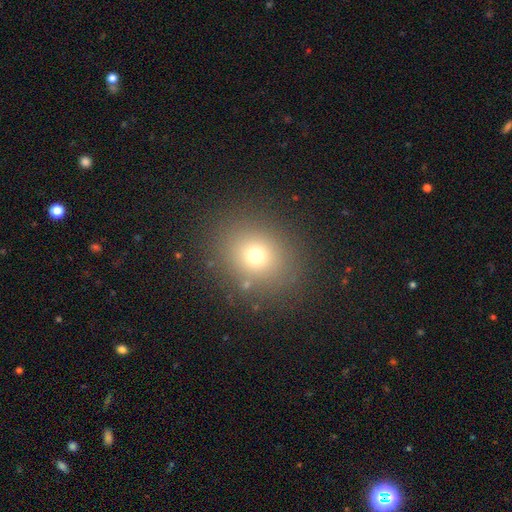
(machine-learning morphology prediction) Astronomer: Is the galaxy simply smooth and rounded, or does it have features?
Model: smooth — 69%.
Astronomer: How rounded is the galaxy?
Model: round — 70%.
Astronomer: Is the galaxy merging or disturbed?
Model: none — 85%.